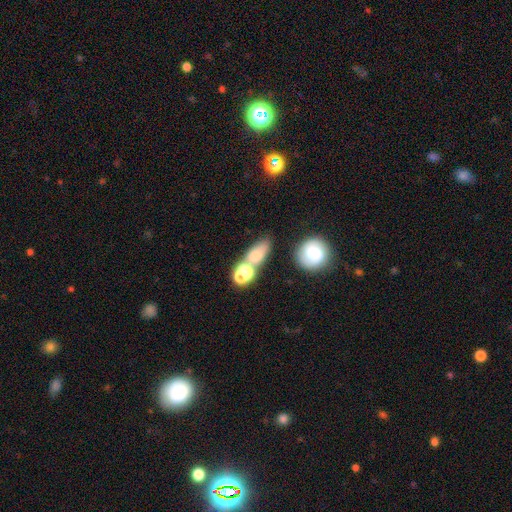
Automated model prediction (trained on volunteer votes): The model was most divided on "merging": none: 45%, merger: 31%, minor disturbance: 15%, major disturbance: 9%. More confident: smooth or featured — smooth (64%); how rounded — in between (63%).